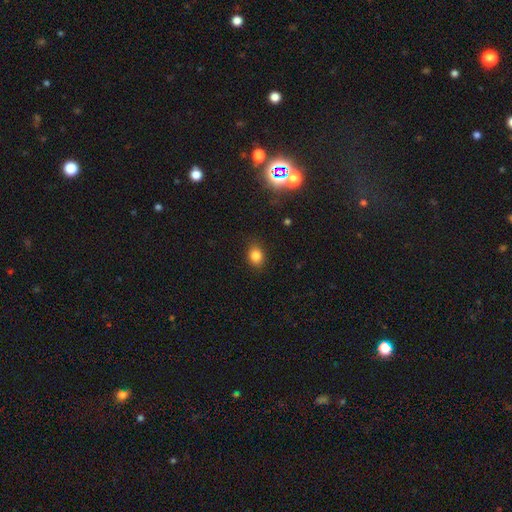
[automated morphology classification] type=smooth (82%); roundness=in between (59%); merging=none (86%).